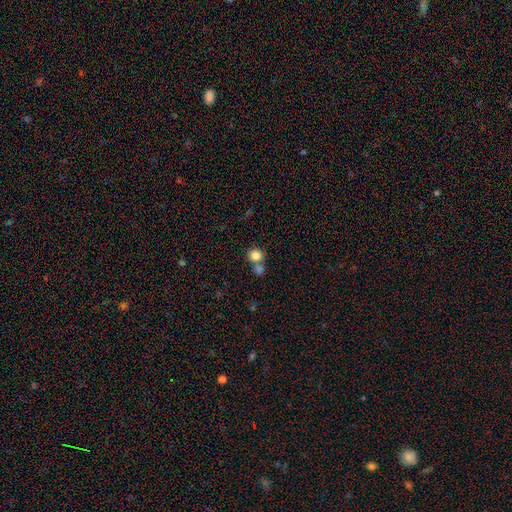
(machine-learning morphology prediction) Overall: smooth (82%). How rounded: round (82%). Merging: none (51%; merger 36%).